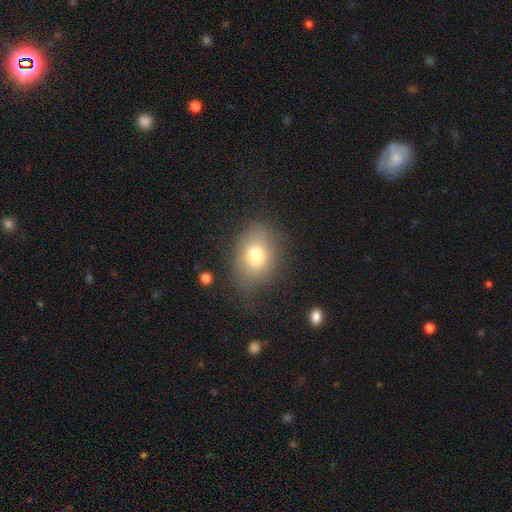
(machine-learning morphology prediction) A smooth galaxy with no disk features (75%) that is in between round and cigar-shaped (69%). Merging: none (67%).